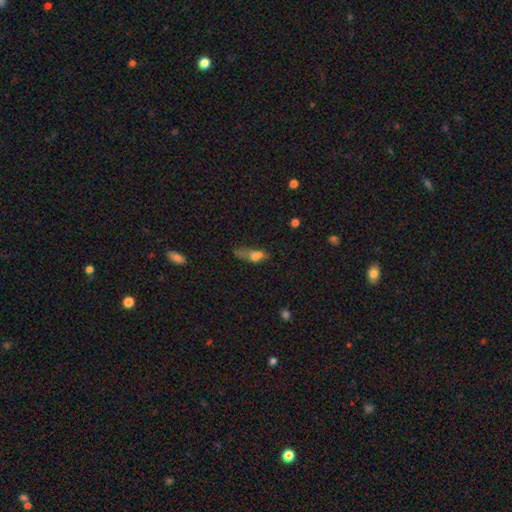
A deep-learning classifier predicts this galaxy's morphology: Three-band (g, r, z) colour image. It shows a smooth galaxy with no disk features (61%) that is in between round and cigar-shaped (61%). Merging: major disturbance (30%).